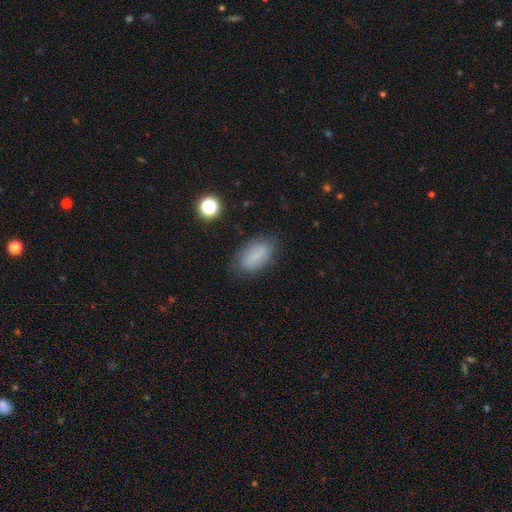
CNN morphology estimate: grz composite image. It shows a smooth galaxy with no disk features (62%) that is in between round and cigar-shaped (89%). Merging: none (77%).